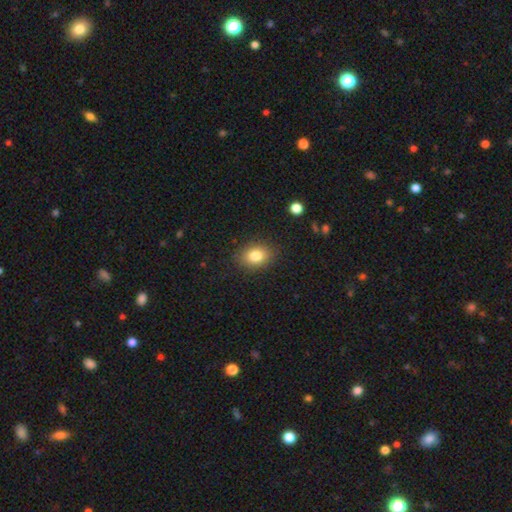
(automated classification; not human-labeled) This is clearly a smooth galaxy (82%). How rounded: likely in between (66%). Merging: clearly none (86%).